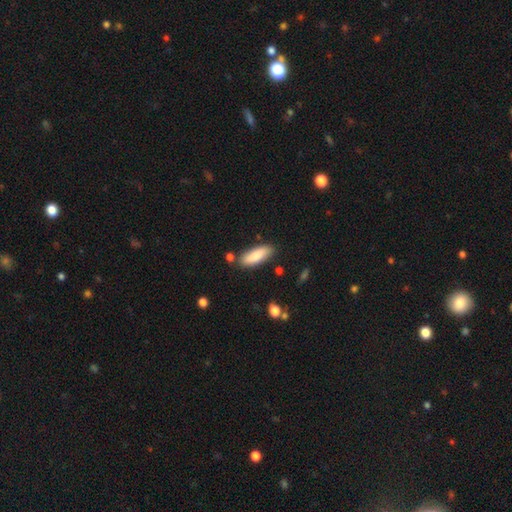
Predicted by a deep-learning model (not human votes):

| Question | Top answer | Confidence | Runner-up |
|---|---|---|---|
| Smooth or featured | smooth | 83% | featured or disk (12%) |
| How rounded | in between | 65% | cigar-shaped (34%) |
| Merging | none | 81% | minor disturbance (12%) |